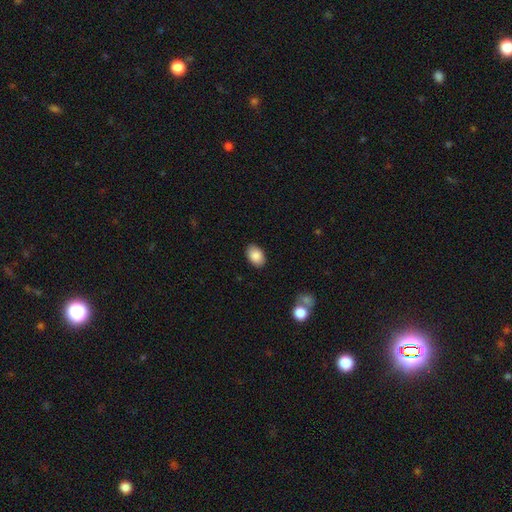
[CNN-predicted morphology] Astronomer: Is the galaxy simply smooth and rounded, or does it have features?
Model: smooth — 88%.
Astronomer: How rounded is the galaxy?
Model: in between — 88%.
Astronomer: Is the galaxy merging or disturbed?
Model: none — 88%.